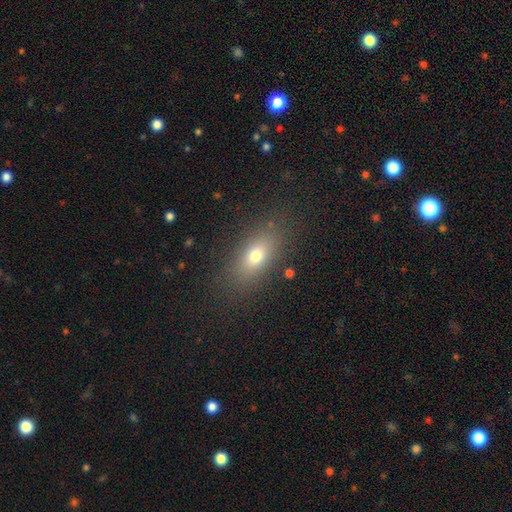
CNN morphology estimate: This is likely a smooth galaxy (71%). How rounded: likely in between (77%). Merging: clearly none (84%).